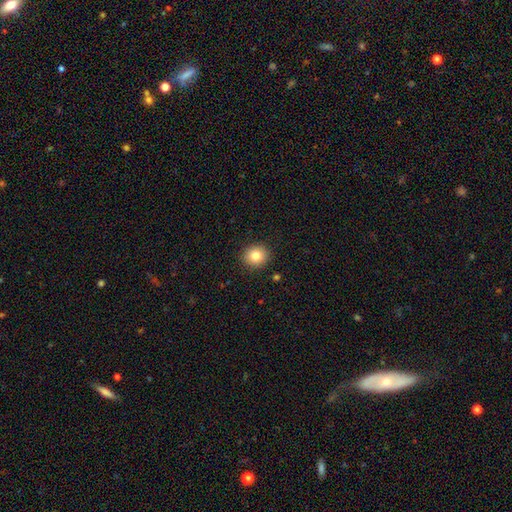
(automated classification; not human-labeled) Smooth or featured?
  - smooth: 83% *
  - star or artifact: 10%
  - featured or disk: 8%
How rounded?
  - round: 83% *
  - in between: 16%
  - cigar-shaped: 1%
Merging?
  - none: 91% *
  - minor disturbance: 6%
  - major disturbance: 2%
  - merger: 1%